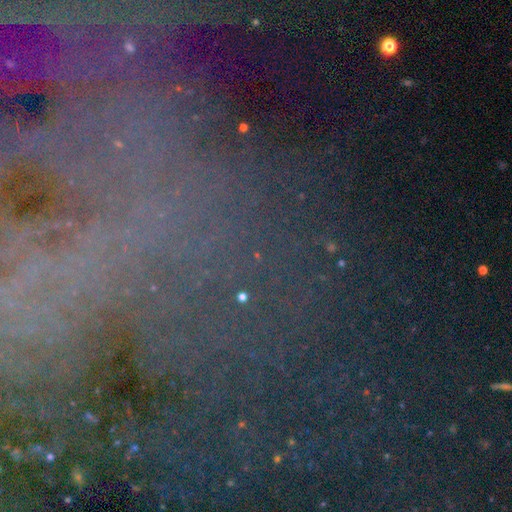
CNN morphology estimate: Smooth or featured?
  - star or artifact: 62% *
  - featured or disk: 24%
  - smooth: 14%